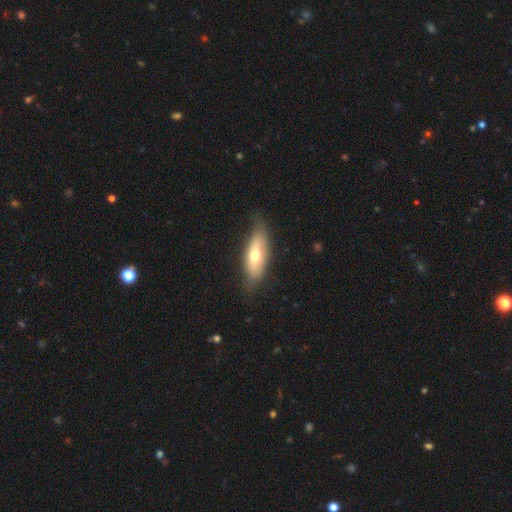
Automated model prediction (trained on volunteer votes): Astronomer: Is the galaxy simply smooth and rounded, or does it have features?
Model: smooth — 58% (runner-up: featured or disk, 36%).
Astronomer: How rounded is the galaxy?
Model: in between — 68%.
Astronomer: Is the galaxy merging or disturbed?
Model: none — 69%.